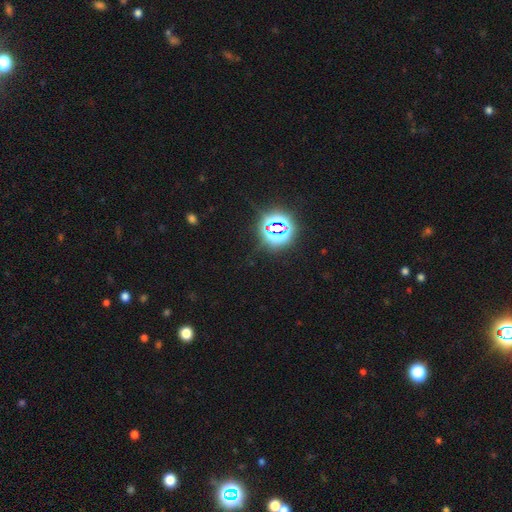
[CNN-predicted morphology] Overall: star or artifact (82%).